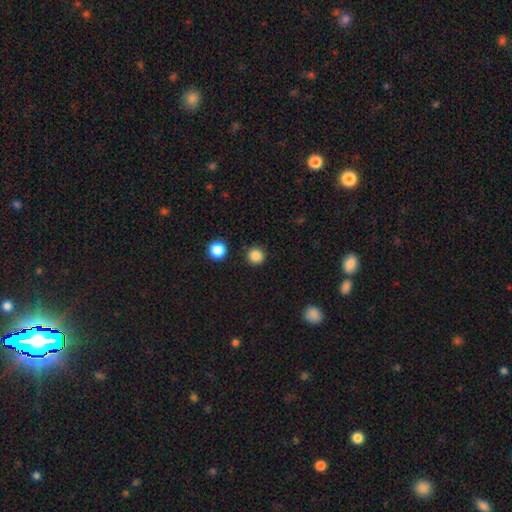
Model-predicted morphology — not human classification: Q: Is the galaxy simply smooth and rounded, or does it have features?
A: smooth — 85%.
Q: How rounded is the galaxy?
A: round — 95%.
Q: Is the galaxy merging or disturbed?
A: none — 91%.